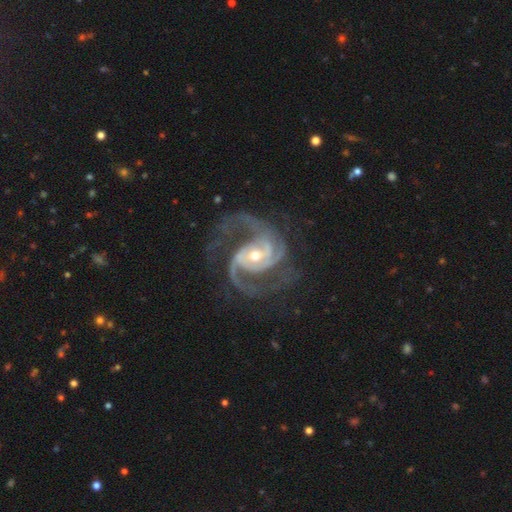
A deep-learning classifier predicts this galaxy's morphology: type=featured or disk (93%); edge-on=no (98%); bar=no (45%); spiral arms=yes (99%); winding=medium (58%); arm count=2 (52%); bulge=moderate (53%); merging=none (65%).